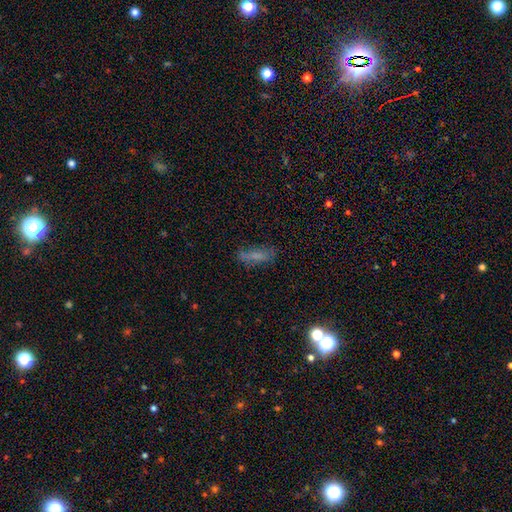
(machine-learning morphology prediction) smooth_or_featured: smooth (p=0.63) [alt: featured or disk p=0.22]
how_rounded: in between (p=0.50) [alt: cigar-shaped p=0.47]
merging: none (p=0.69) [alt: minor disturbance p=0.21]